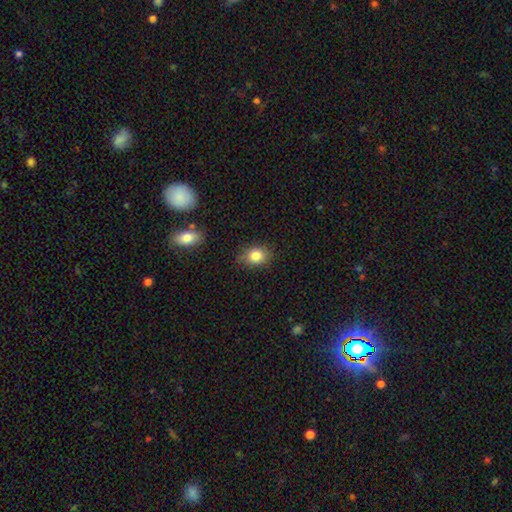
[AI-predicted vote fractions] This appears to be a smooth galaxy with no disk features (82%) that is in between round and cigar-shaped (58%). Merging: none (80%).